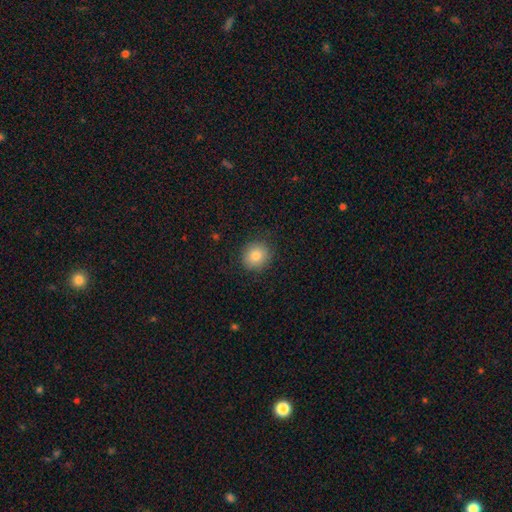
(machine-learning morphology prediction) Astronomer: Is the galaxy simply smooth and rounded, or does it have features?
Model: smooth — 83%.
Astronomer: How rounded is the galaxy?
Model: round — 86%.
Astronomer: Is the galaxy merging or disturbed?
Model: none — 88%.